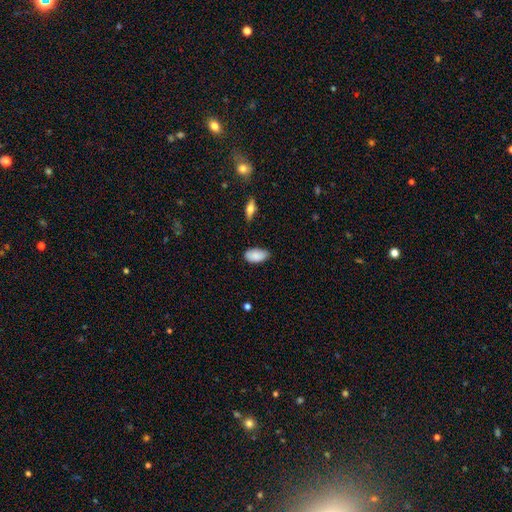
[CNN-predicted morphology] A smooth galaxy with no disk features (87%) that is in between round and cigar-shaped (94%). Merging: none (74%).